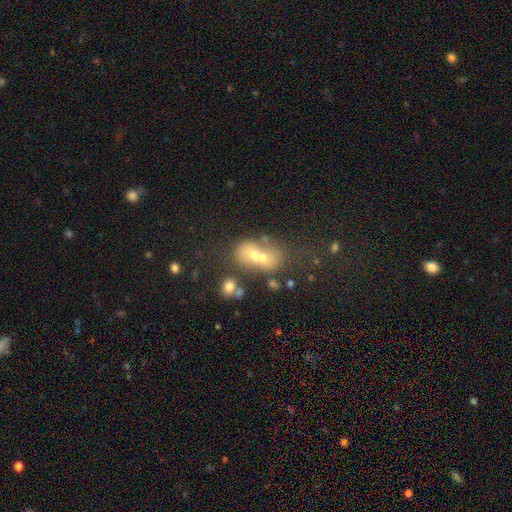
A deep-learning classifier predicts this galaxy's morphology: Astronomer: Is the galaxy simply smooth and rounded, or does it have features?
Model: smooth — 42% (runner-up: featured or disk, 34%).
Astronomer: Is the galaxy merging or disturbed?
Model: merger — 39% (runner-up: none, 31%).